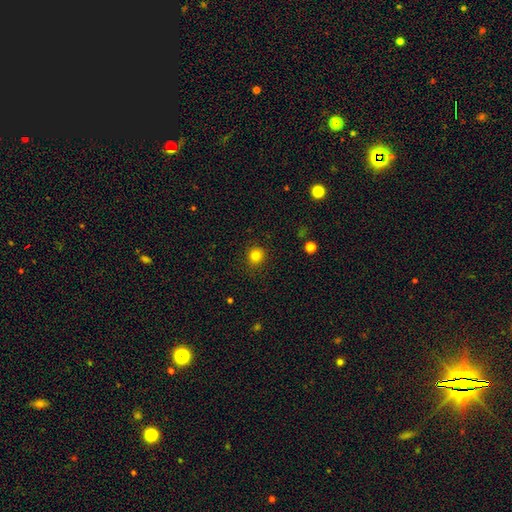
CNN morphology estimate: Q: Smooth or featured?
A: smooth (83%); runner-up: star or artifact (12%)
Q: How rounded?
A: round (89%); runner-up: in between (10%)
Q: Merging?
A: none (90%); runner-up: minor disturbance (7%)